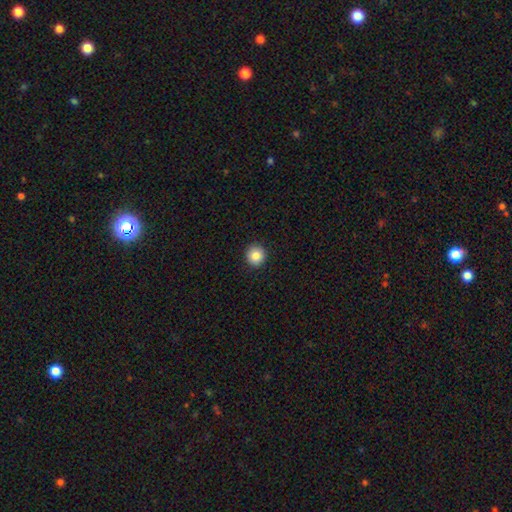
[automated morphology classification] smooth 84%, star or artifact 10%, featured or disk 6%. Down the decision tree: how rounded — round (93%); merging — none (92%).